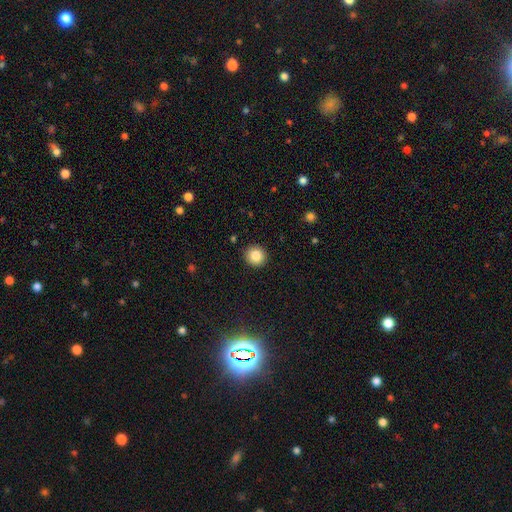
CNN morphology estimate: Smooth or featured?
  - smooth: 84% *
  - star or artifact: 10%
  - featured or disk: 6%
How rounded?
  - round: 92% *
  - in between: 7%
  - cigar-shaped: 1%
Merging?
  - none: 92% *
  - minor disturbance: 5%
  - major disturbance: 2%
  - merger: 1%